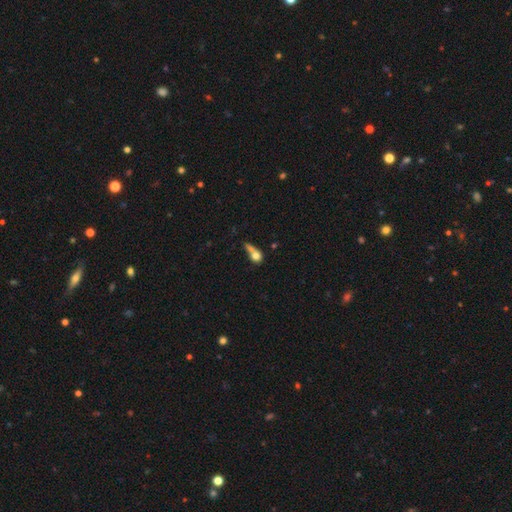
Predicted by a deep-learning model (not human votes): The model was most divided on "merging": merger: 35%, none: 27%, major disturbance: 23%, minor disturbance: 16%. More confident: smooth or featured — smooth (69%); how rounded — round (53%).